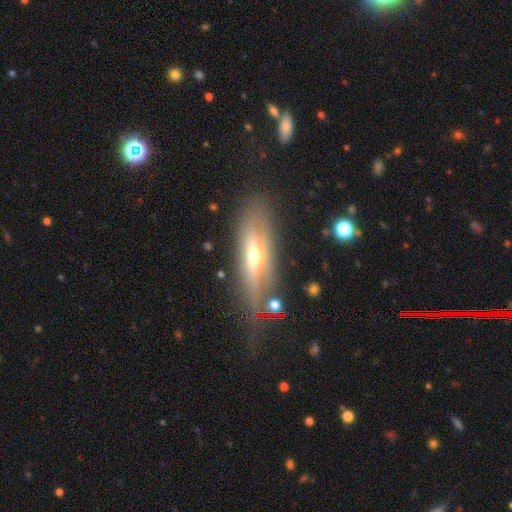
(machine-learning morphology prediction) type=featured or disk (68%); edge-on=yes (77%); edge-on bulge=rounded (84%); merging=none (65%).